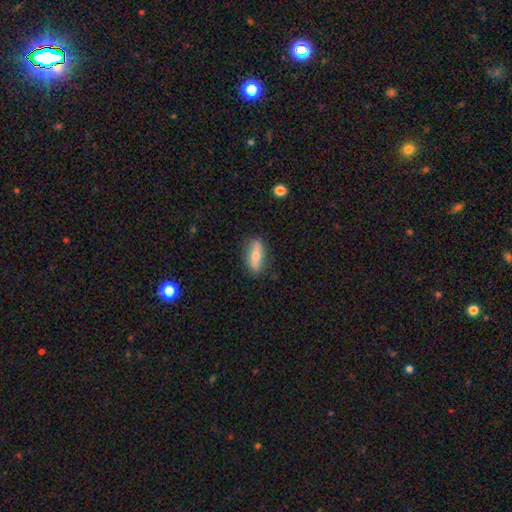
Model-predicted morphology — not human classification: Smooth or featured?
  - smooth: 67% *
  - featured or disk: 27%
  - star or artifact: 6%
How rounded?
  - in between: 67% *
  - cigar-shaped: 30%
  - round: 4%
Merging?
  - none: 83% *
  - minor disturbance: 13%
  - major disturbance: 3%
  - merger: 1%